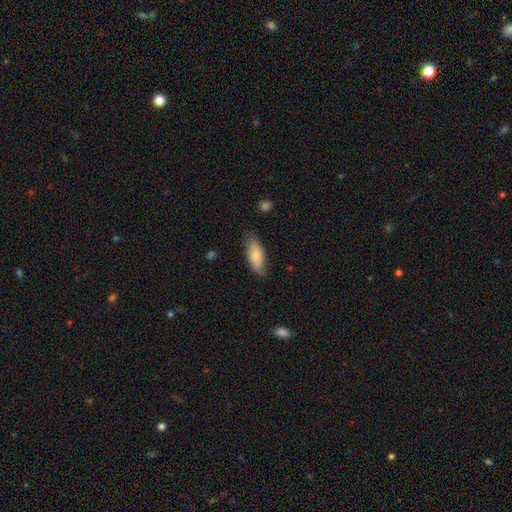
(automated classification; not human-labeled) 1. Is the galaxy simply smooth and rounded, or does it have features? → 75% smooth, 19% featured or disk, 6% star or artifact.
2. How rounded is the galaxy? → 83% in between, 15% cigar-shaped, 2% round.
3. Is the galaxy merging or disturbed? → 73% none, 22% minor disturbance, 4% major disturbance, 1% merger.